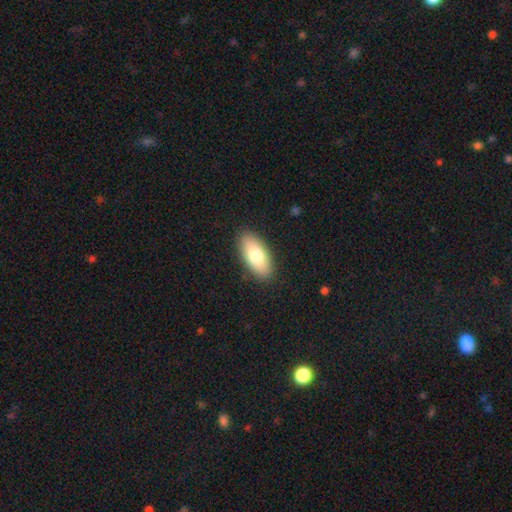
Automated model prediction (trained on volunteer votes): smooth 77%, featured or disk 16%, star or artifact 6%. Down the decision tree: how rounded — in between (89%); merging — none (88%).